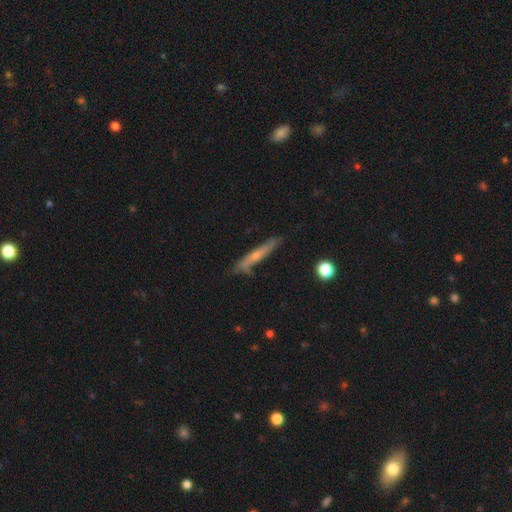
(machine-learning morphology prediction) A featured or disk galaxy (52%) viewed edge-on (90%).

Vote fractions:
- Smooth or featured? featured or disk: 52% / smooth: 41% / star or artifact: 7%
- Edge-on disk? yes: 90% / no: 10%
- Merging? none: 76% / minor disturbance: 18% / major disturbance: 3% / merger: 3%